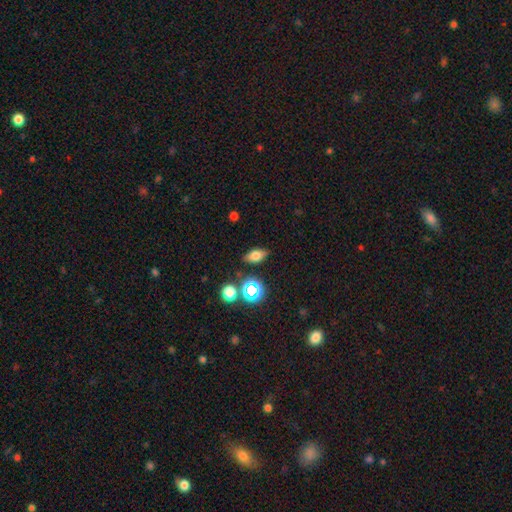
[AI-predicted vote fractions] Smooth or featured?
  - smooth: 67% *
  - featured or disk: 16%
  - star or artifact: 16%
How rounded?
  - in between: 79% *
  - round: 13%
  - cigar-shaped: 9%
Merging?
  - none: 82% *
  - minor disturbance: 12%
  - merger: 3%
  - major disturbance: 3%